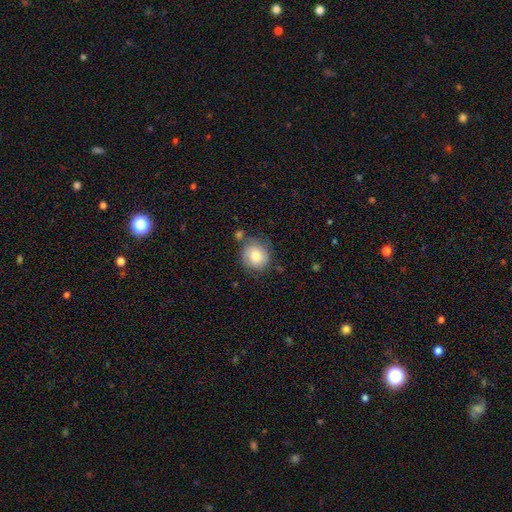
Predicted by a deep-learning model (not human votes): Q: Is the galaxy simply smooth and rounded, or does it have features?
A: smooth — 73%.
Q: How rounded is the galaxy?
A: round — 86%.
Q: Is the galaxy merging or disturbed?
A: none — 66%.